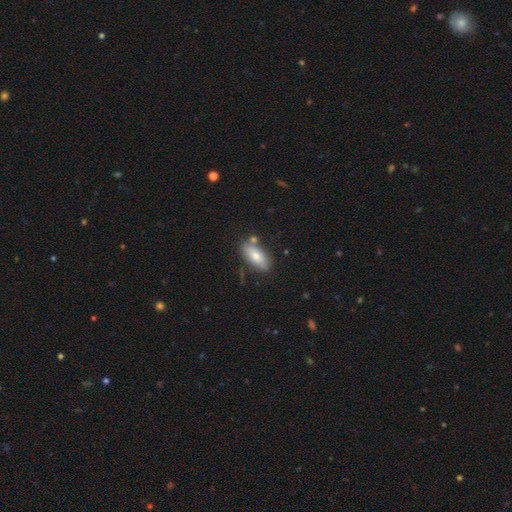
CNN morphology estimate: A smooth galaxy with no disk features (74%) that is in between round and cigar-shaped (85%). Merging: none (72%).